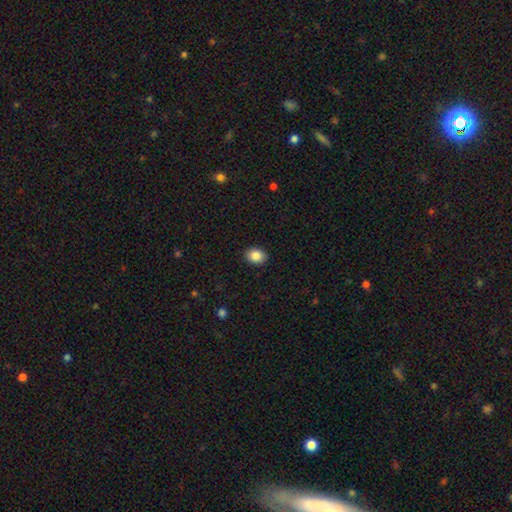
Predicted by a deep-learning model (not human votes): Smooth or featured? Predicted: smooth (p=0.87). How rounded? Predicted: in between (p=0.57). Merging? Predicted: none (p=0.91).